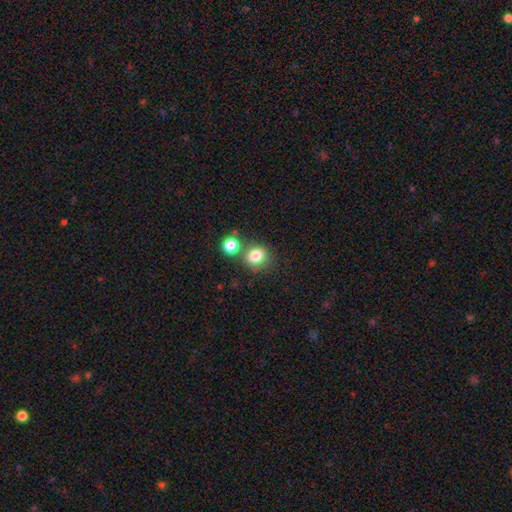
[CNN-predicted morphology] smooth-or-featured: smooth: 80% | star or artifact: 12% | featured or disk: 8%
  how-rounded: round: 76% | in between: 23% | cigar-shaped: 1%
  merging: none: 65% | merger: 21% | minor disturbance: 11% | major disturbance: 4%